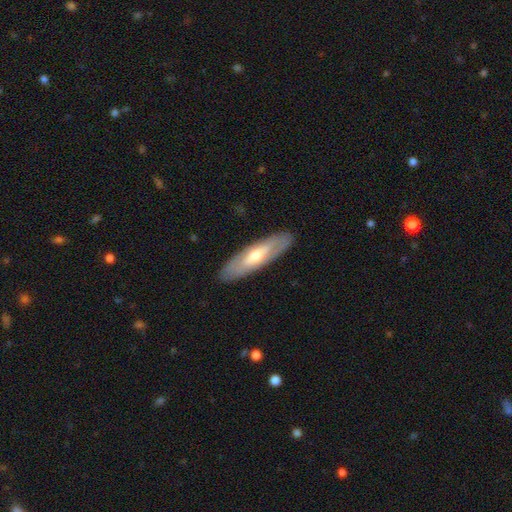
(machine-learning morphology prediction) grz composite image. It shows a featured or disk galaxy (56%). Merging: none (88%).